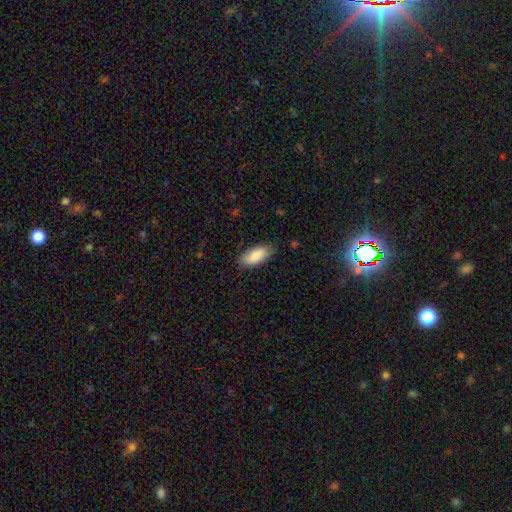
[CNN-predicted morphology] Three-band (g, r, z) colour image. It shows a smooth galaxy with no disk features (87%) that is in between round and cigar-shaped (81%). Merging: none (84%).